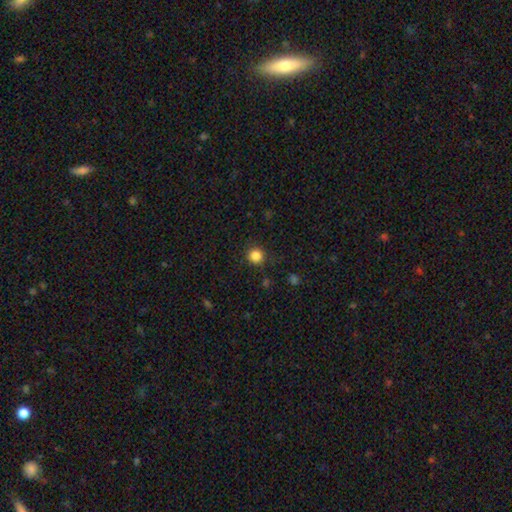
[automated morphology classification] The model was most divided on "smooth or featured": smooth: 85%, star or artifact: 12%, featured or disk: 4%. More confident: how rounded — round (93%); merging — none (90%).